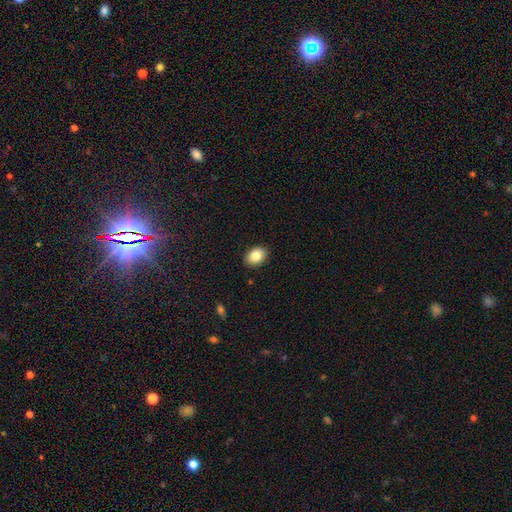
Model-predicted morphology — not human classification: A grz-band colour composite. It shows a smooth galaxy with no disk features (85%) that is in between round and cigar-shaped (77%). Merging: none (89%).